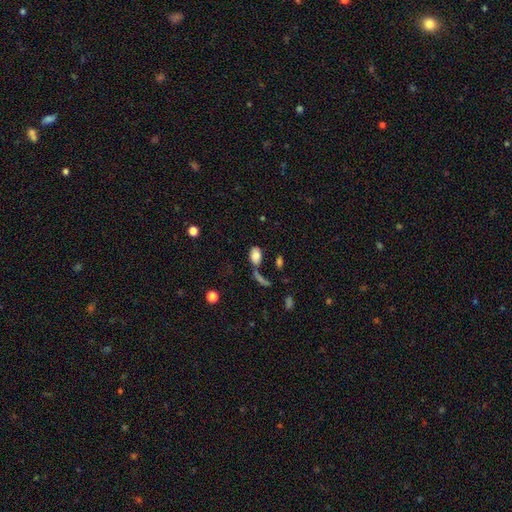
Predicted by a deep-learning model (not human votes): A smooth galaxy with no disk features (79%) that is in between round and cigar-shaped (86%). Merging: none (46%).